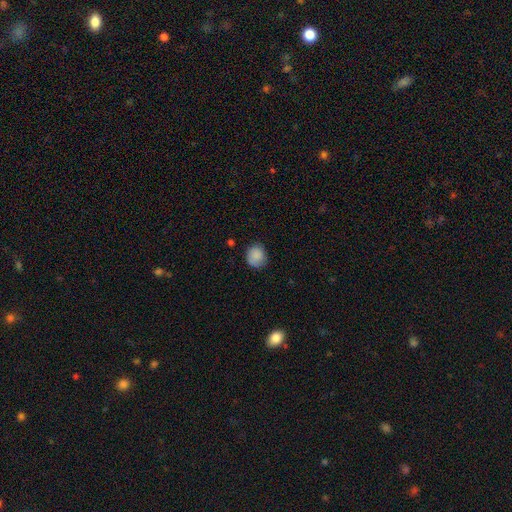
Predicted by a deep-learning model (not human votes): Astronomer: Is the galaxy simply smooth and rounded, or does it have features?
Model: smooth — 86%.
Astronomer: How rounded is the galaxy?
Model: round — 77%.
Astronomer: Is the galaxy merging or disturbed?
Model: none — 73%.